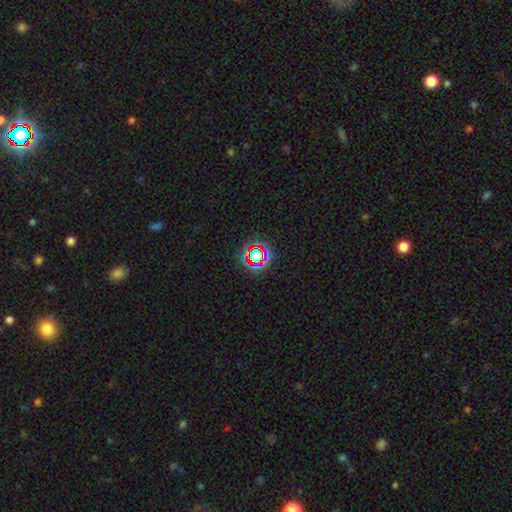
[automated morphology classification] This is likely a star or artifact rather than a galaxy (67%).